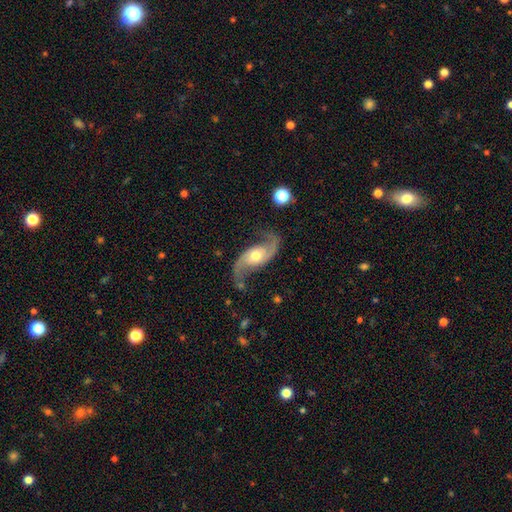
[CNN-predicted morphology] smooth_or_featured: featured or disk (p=0.91) [alt: smooth p=0.05]
disk_edge_on: no (p=0.97) [alt: yes p=0.03]
bar: no (p=0.61) [alt: weak p=0.29]
has_spiral_arms: yes (p=0.98) [alt: no p=0.02]
spiral_winding: loose (p=0.69) [alt: medium p=0.25]
spiral_arm_count: 2 (p=0.94) [alt: 1 p=0.01]
bulge_size: moderate (p=0.67) [alt: small p=0.23]
merging: none (p=0.76) [alt: minor disturbance p=0.14]